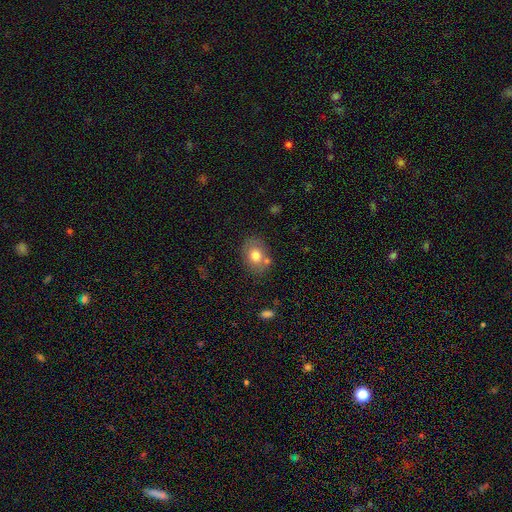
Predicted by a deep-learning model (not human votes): Smooth or featured?
  - smooth: 75% *
  - featured or disk: 17%
  - star or artifact: 8%
How rounded?
  - in between: 65% *
  - round: 34%
  - cigar-shaped: 1%
Merging?
  - none: 70% *
  - minor disturbance: 15%
  - merger: 11%
  - major disturbance: 4%